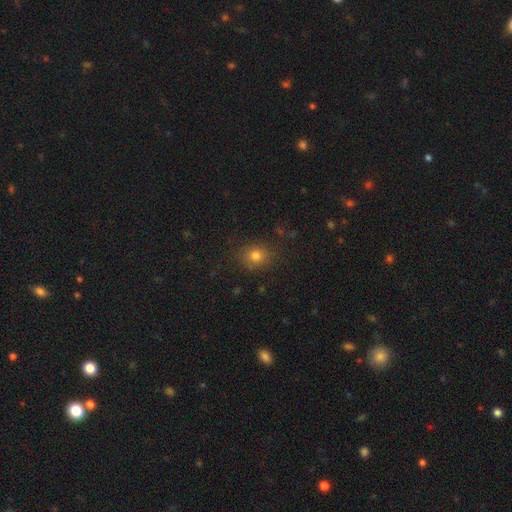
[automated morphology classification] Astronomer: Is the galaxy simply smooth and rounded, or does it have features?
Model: smooth — 78%.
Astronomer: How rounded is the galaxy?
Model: round — 71%.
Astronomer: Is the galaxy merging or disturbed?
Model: none — 83%.